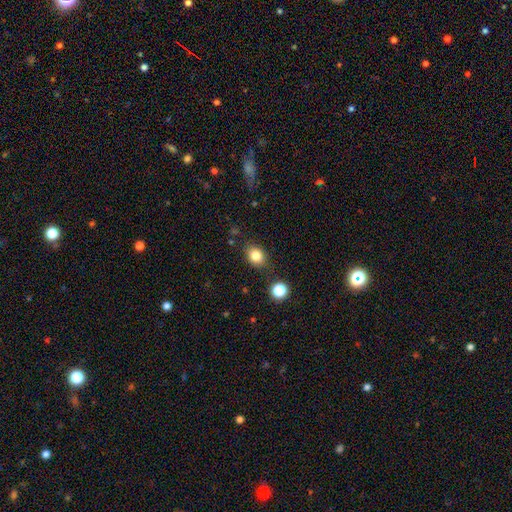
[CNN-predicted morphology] smooth-or-featured: smooth: 83% | star or artifact: 10% | featured or disk: 6%
  how-rounded: in between: 54% | round: 45% | cigar-shaped: 1%
  merging: none: 81% | minor disturbance: 12% | merger: 4% | major disturbance: 3%